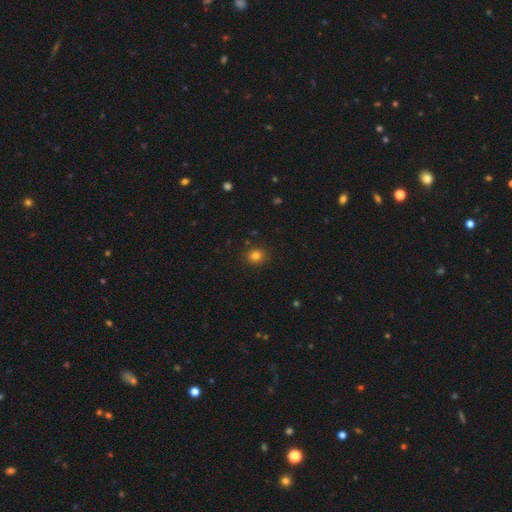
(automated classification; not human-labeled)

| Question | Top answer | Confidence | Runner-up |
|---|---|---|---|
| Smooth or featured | smooth | 81% | star or artifact (14%) |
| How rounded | round | 79% | in between (20%) |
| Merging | none | 89% | minor disturbance (7%) |